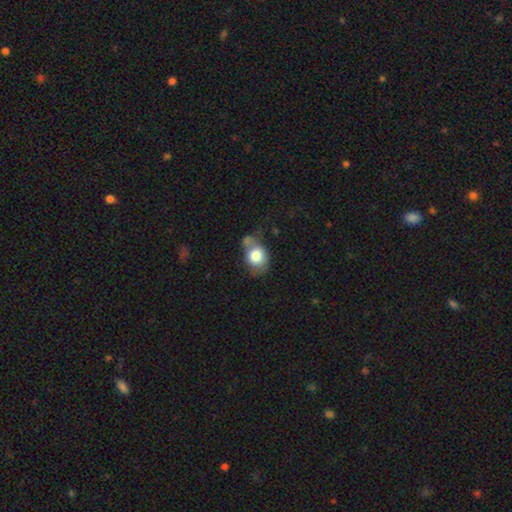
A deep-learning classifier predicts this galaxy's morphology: Smooth or featured? smooth (78%)
How rounded? in between (52%)
Merging? none (41%)